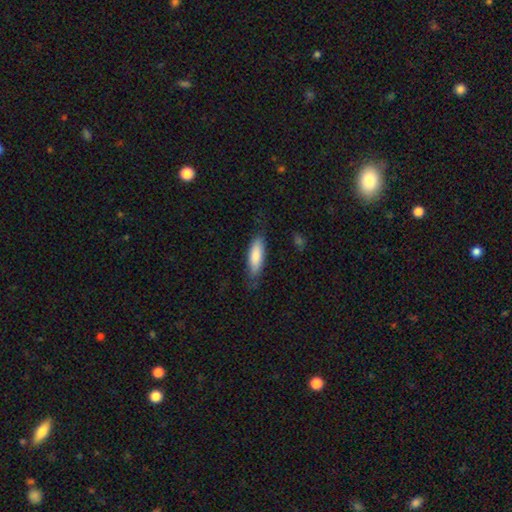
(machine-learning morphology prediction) smooth 80%, featured or disk 15%, star or artifact 5%. Down the decision tree: how rounded — in between (55%); merging — none (71%).